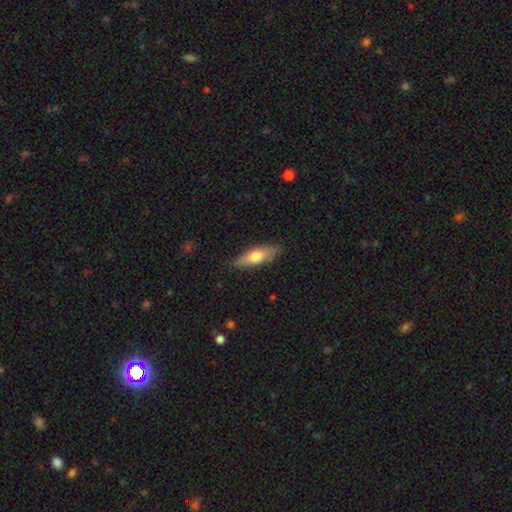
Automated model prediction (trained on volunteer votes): Smooth or featured? Predicted: smooth (p=0.64). How rounded? Predicted: in between (p=0.52). Merging? Predicted: none (p=0.84).